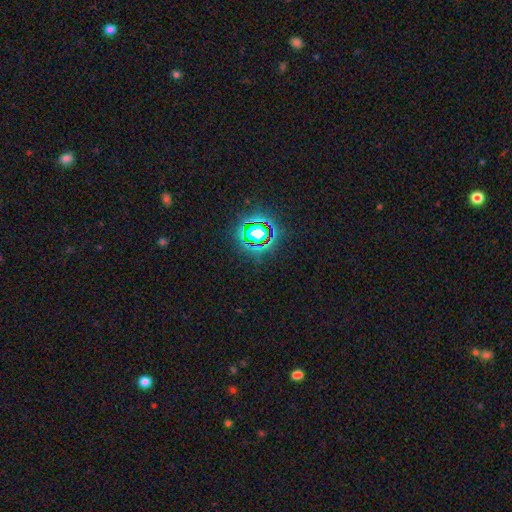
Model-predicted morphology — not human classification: A star or artifact, not a galaxy (80%).